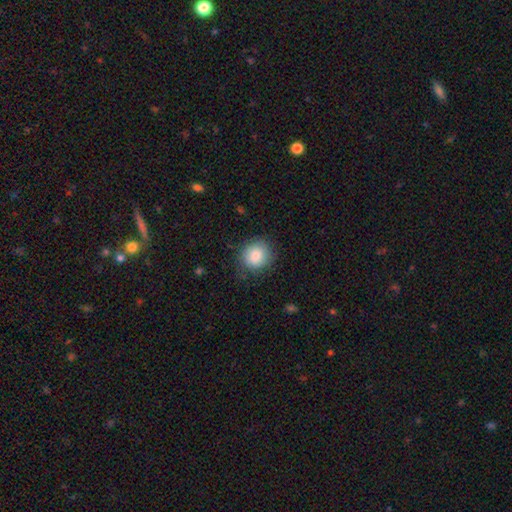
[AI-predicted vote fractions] smooth_or_featured: smooth (p=0.83) [alt: featured or disk p=0.09]
how_rounded: round (p=0.83) [alt: in between p=0.16]
merging: none (p=0.79) [alt: minor disturbance p=0.16]